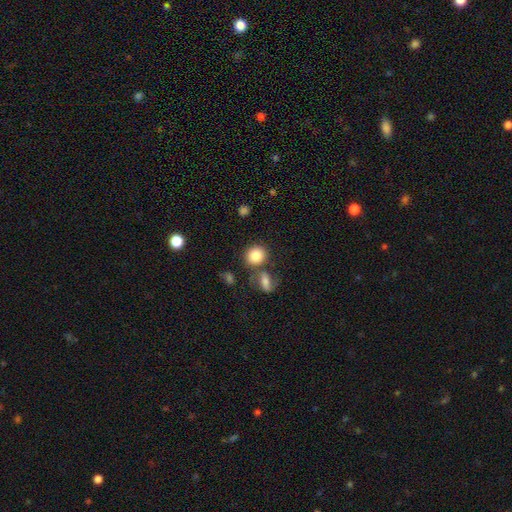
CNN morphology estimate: A smooth galaxy with no disk features (84%) that is round (79%). Merging: none (69%).